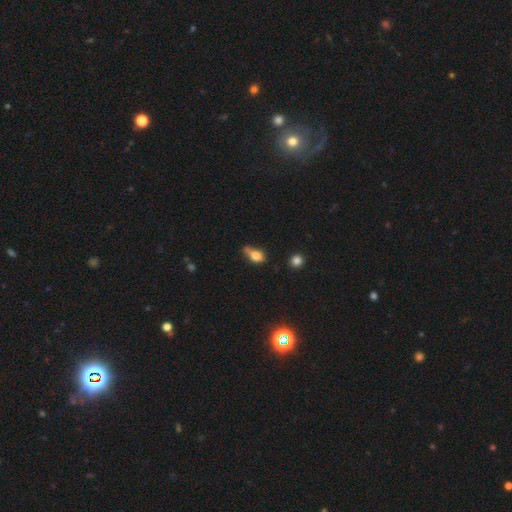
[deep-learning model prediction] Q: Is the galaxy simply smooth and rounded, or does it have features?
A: smooth — 74%.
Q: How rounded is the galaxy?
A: in between — 64%.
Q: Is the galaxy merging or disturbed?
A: minor disturbance — 35%.